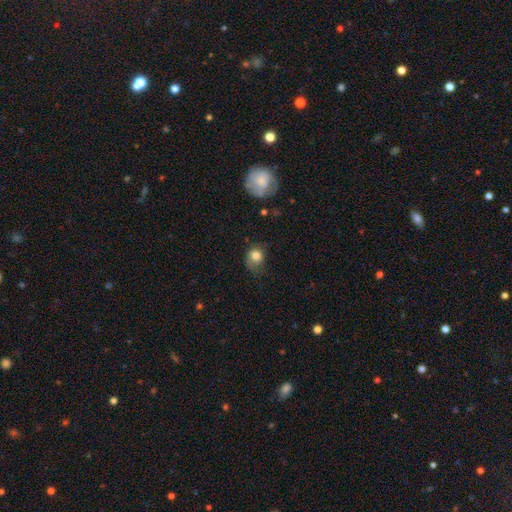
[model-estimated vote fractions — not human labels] A smooth galaxy with no disk features (80%) that is round (69%). Merging: none (45%).